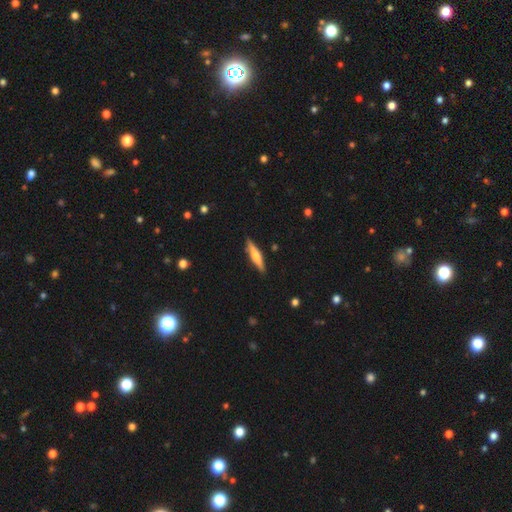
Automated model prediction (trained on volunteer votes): Smooth or featured?
  - featured or disk: 50% *
  - smooth: 44%
  - star or artifact: 6%
Edge-on disk?
  - yes: 95% *
  - no: 5%
Merging?
  - none: 88% *
  - minor disturbance: 9%
  - major disturbance: 2%
  - merger: 1%